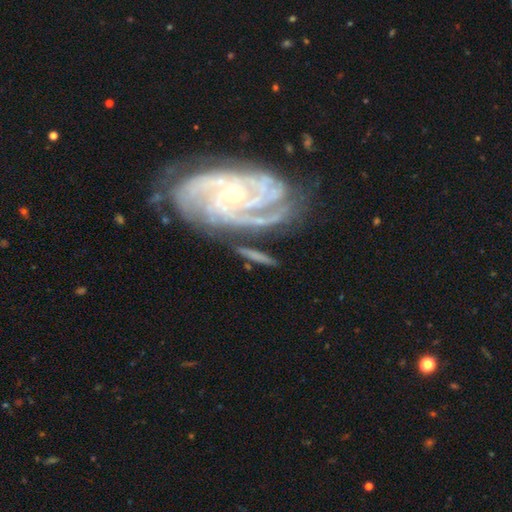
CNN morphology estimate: Smooth or featured?
  - featured or disk: 78% *
  - smooth: 13%
  - star or artifact: 9%
Edge-on disk?
  - no: 87% *
  - yes: 13%
Bar?
  - no: 61% *
  - weak: 25%
  - strong: 15%
Spiral arms?
  - yes: 93% *
  - no: 7%
Spiral winding?
  - tight: 65% *
  - medium: 28%
  - loose: 8%
Spiral arm count?
  - 3: 26% *
  - can't tell: 21%
  - 2: 19%
  - 4: 18%
  - more than 4: 9%
  - 1: 6%
Bulge size?
  - small: 59% *
  - moderate: 33%
  - none: 3%
  - large: 3%
  - dominant: 2%
Merging?
  - none: 67% *
  - minor disturbance: 19%
  - major disturbance: 9%
  - merger: 5%